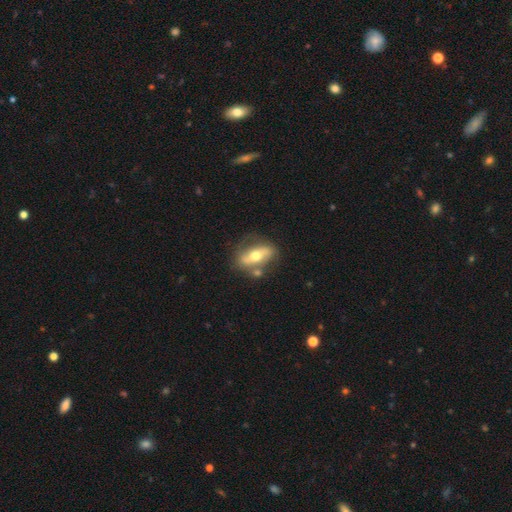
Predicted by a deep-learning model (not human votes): This is possibly a featured or disk galaxy (57%). It is likely not viewed edge-on (64%). Merging: likely none (68%).